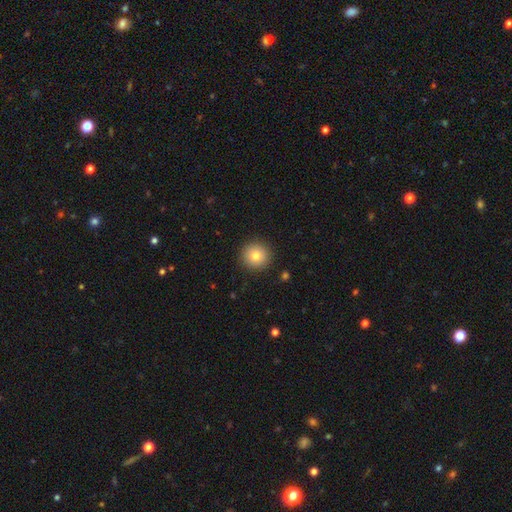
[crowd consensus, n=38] Volunteers were most divided on "smooth or featured": smooth: 82%, featured or disk: 16%, star or artifact: 3%. More confident: how rounded — round (100%); merging — none (100%).